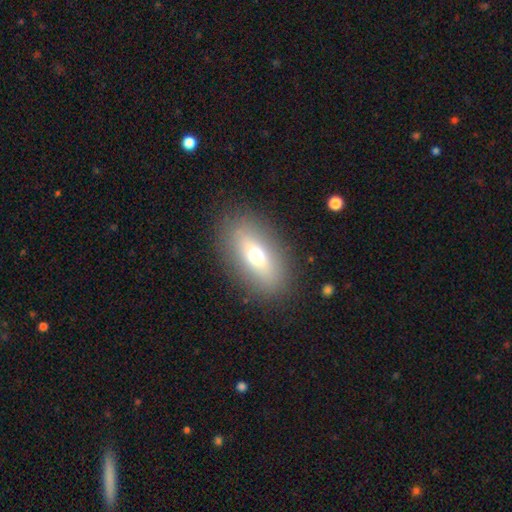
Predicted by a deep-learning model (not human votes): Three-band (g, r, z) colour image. It shows a smooth galaxy with no disk features (61%) that is in between round and cigar-shaped (79%). Merging: none (86%).